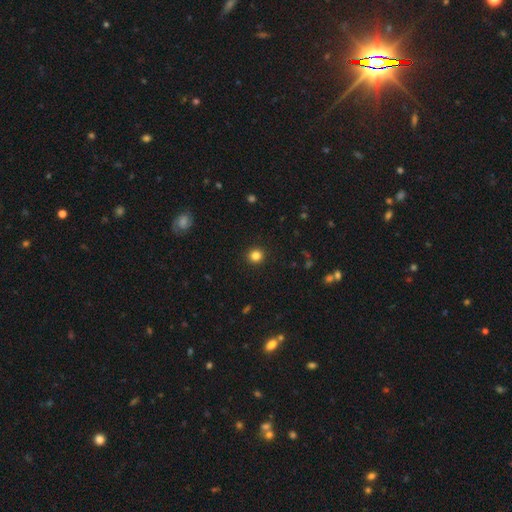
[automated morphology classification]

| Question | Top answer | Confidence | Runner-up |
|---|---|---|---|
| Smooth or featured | smooth | 83% | star or artifact (13%) |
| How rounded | round | 94% | in between (5%) |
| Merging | none | 93% | minor disturbance (4%) |